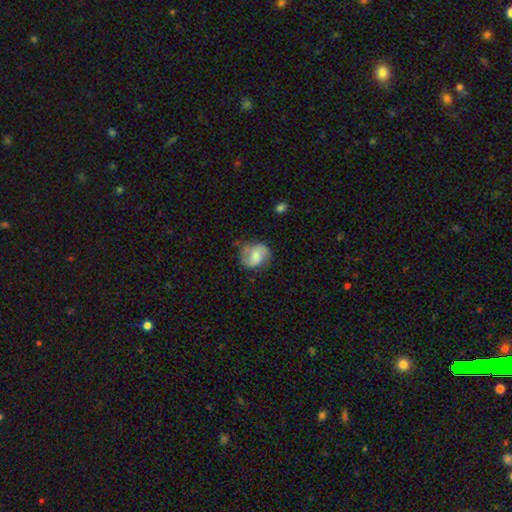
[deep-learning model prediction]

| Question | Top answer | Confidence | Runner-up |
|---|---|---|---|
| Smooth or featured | featured or disk | 55% | smooth (38%) |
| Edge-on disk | no | 98% | yes (2%) |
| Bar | no | 49% | weak (41%) |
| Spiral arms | yes | 88% | no (12%) |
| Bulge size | moderate | 45% | small (32%) |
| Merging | none | 64% | minor disturbance (24%) |